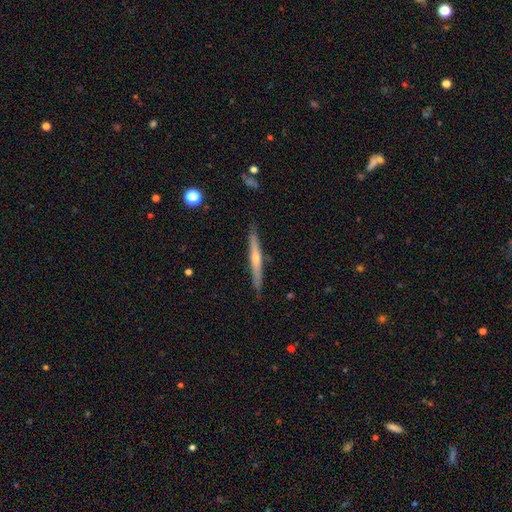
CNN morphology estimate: The model was most divided on "smooth or featured": featured or disk: 66%, smooth: 28%, star or artifact: 6%. More confident: edge-on disk — yes (97%); merging — none (89%); edge-on bulge — rounded (70%).